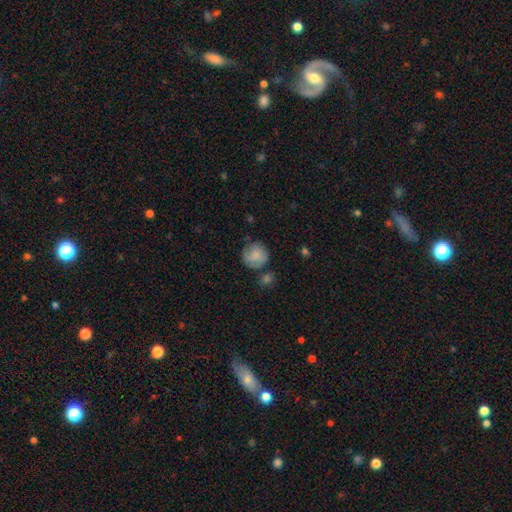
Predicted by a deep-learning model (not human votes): The model was most divided on "merging": none: 62%, minor disturbance: 22%, merger: 8%, major disturbance: 8%. More confident: how rounded — round (89%); smooth or featured — smooth (74%).